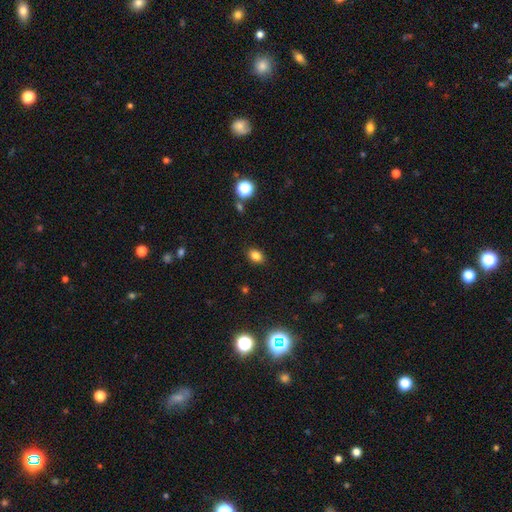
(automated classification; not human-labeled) The model was most divided on "how rounded": in between: 75%, round: 24%, cigar-shaped: 1%. More confident: merging — none (87%); smooth or featured — smooth (81%).